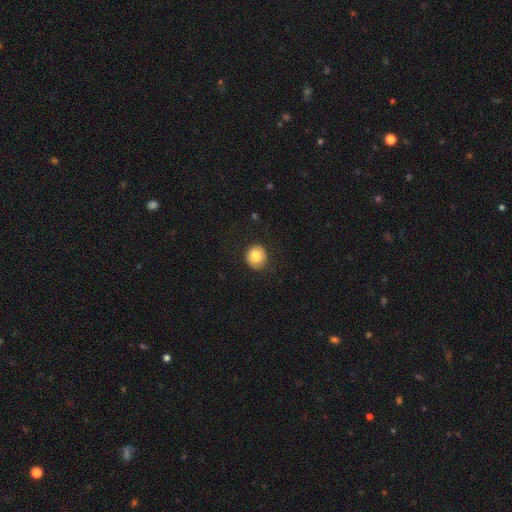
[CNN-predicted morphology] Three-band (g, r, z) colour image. It shows a smooth galaxy with no disk features (82%) that is round (81%). Merging: none (80%).